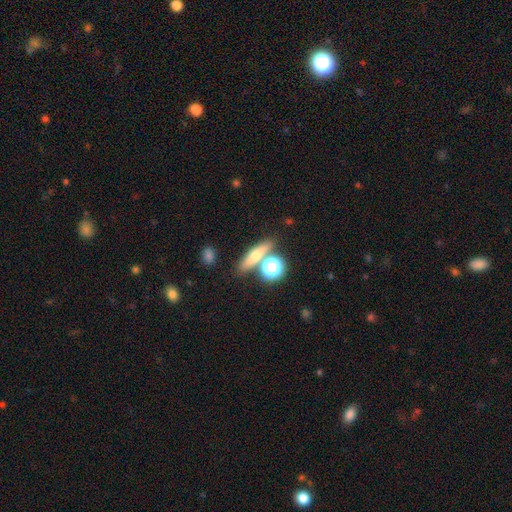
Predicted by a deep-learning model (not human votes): Overall: smooth (54%; featured or disk 32%). How rounded: cigar-shaped (53%; in between 26%). Merging: none (70%).